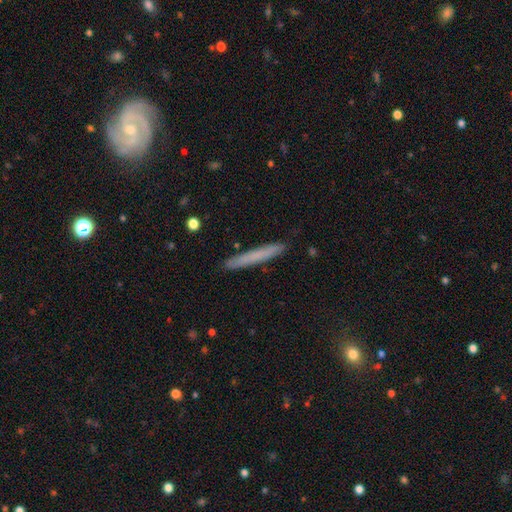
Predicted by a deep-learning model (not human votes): smooth 66%, featured or disk 27%, star or artifact 7%. Down the decision tree: how rounded — cigar-shaped (97%); merging — none (90%).